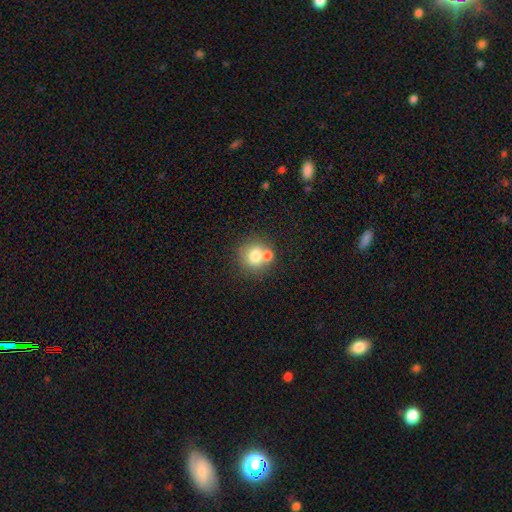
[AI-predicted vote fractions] Q: Smooth or featured?
A: smooth (75%); runner-up: featured or disk (15%)
Q: How rounded?
A: round (83%); runner-up: in between (16%)
Q: Merging?
A: none (52%); runner-up: merger (36%)